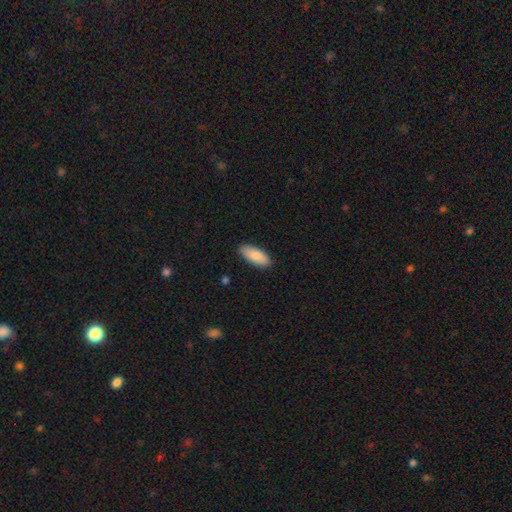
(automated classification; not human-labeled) This is clearly a smooth galaxy (88%). How rounded: clearly in between (82%). Merging: clearly none (89%).